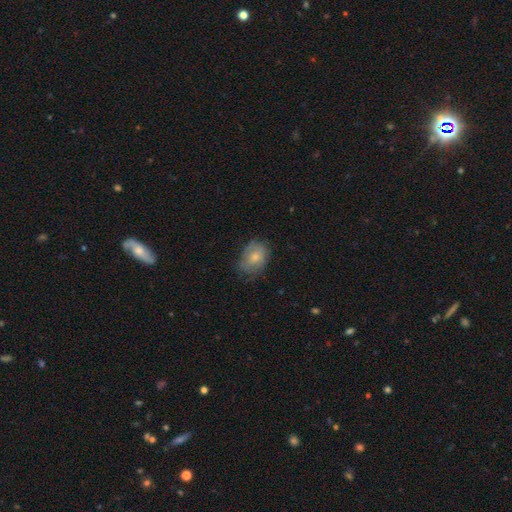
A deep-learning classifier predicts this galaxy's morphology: A smooth galaxy with no disk features (62%) that is in between round and cigar-shaped (68%). Merging: none (66%).